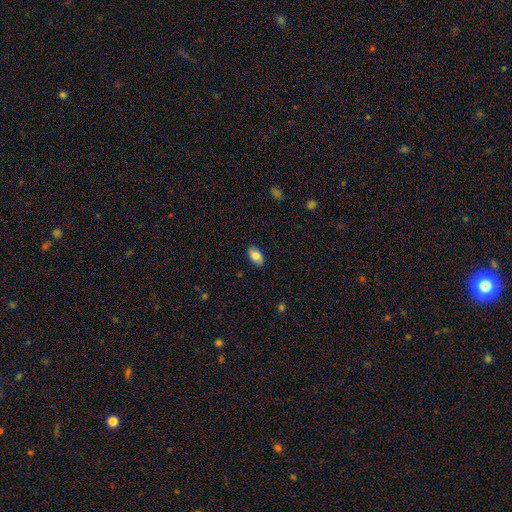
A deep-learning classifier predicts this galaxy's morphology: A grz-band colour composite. It shows a smooth galaxy with no disk features (82%) that is in between round and cigar-shaped (92%). Merging: none (86%).